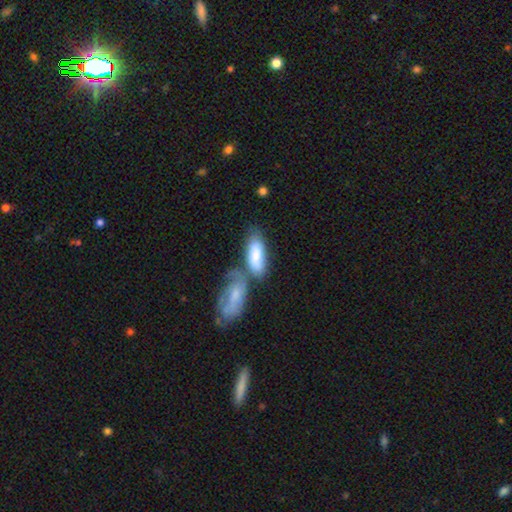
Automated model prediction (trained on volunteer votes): The model was most divided on "merging": merger: 43%, none: 36%, minor disturbance: 15%, major disturbance: 6%. More confident: how rounded — in between (79%); smooth or featured — smooth (74%).